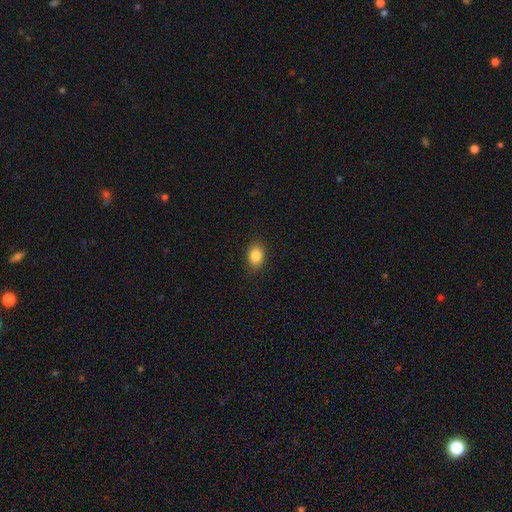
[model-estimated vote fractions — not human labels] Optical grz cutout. It shows a smooth galaxy with no disk features (85%) that is in between round and cigar-shaped (64%). Merging: none (88%).